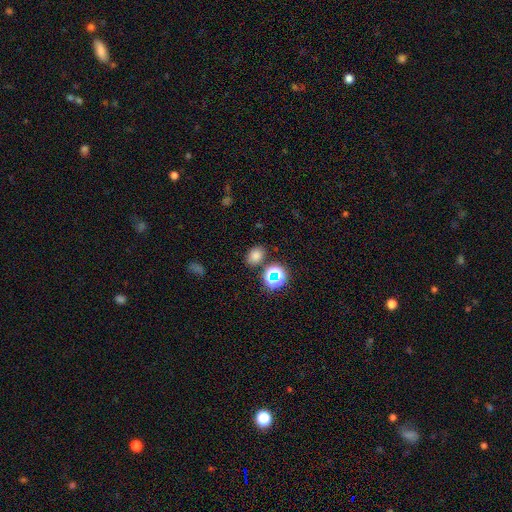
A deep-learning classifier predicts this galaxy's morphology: type=smooth (73%); roundness=in between (64%); merging=none (79%).